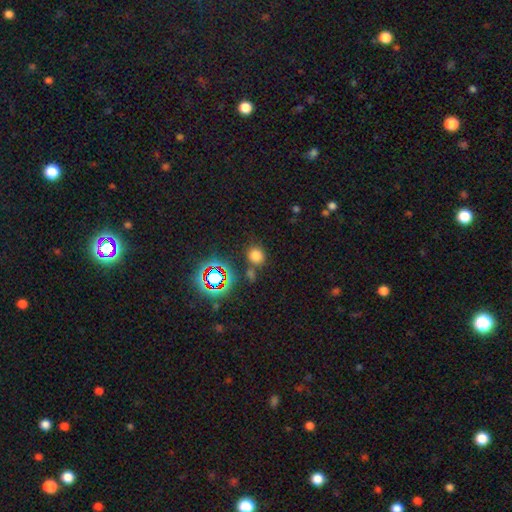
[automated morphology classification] Smooth or featured?
  - smooth: 71% *
  - star or artifact: 23%
  - featured or disk: 6%
How rounded?
  - round: 73% *
  - in between: 25%
  - cigar-shaped: 1%
Merging?
  - none: 75% *
  - minor disturbance: 11%
  - merger: 10%
  - major disturbance: 4%